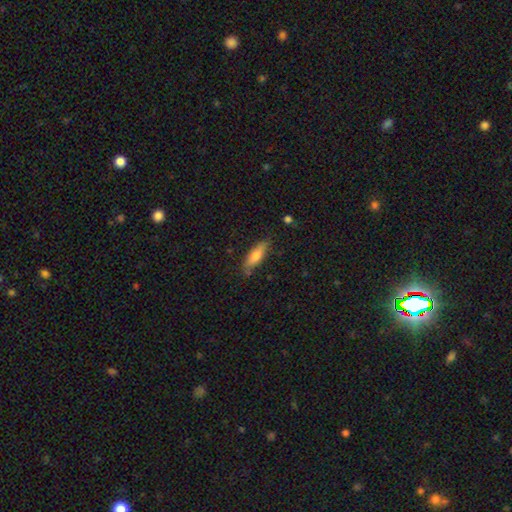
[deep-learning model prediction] smooth_or_featured: smooth (p=0.68) [alt: featured or disk p=0.25]
how_rounded: cigar-shaped (p=0.55) [alt: in between p=0.43]
merging: none (p=0.78) [alt: minor disturbance p=0.17]